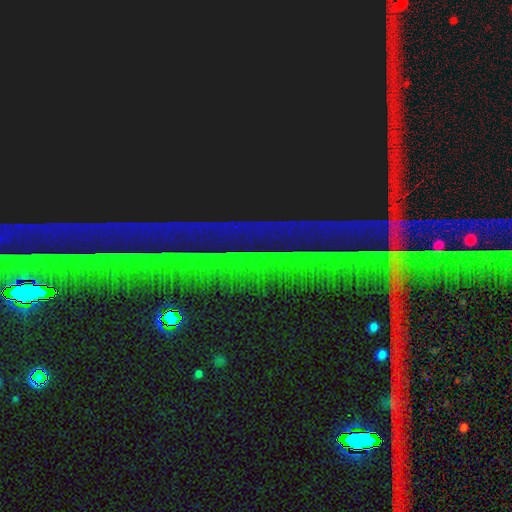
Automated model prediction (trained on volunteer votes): A star or artifact, not a galaxy (89%).

Vote fractions:
- Smooth or featured? star or artifact: 89% / featured or disk: 6% / smooth: 5%